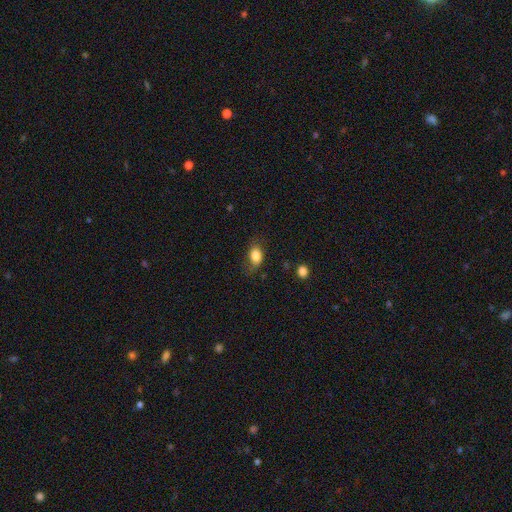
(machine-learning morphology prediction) Smooth or featured? smooth (83%)
How rounded? in between (78%)
Merging? none (66%)